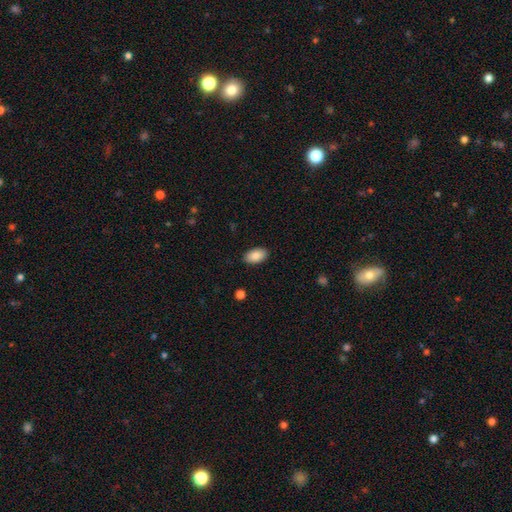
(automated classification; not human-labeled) Q: Smooth or featured?
A: smooth (87%); runner-up: star or artifact (7%)
Q: How rounded?
A: in between (95%); runner-up: round (4%)
Q: Merging?
A: none (88%); runner-up: minor disturbance (9%)